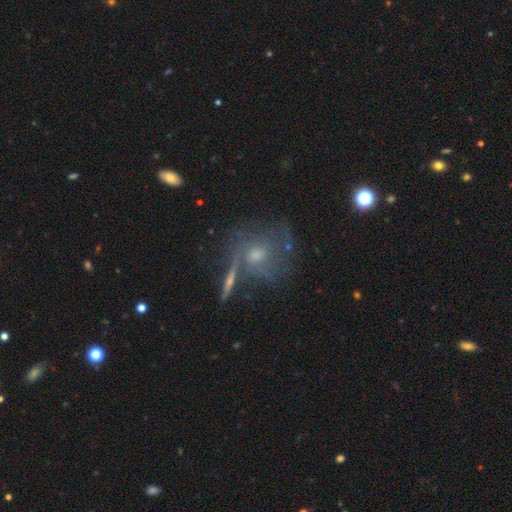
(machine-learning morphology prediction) This appears to be a featured or disk galaxy (61%) with no bar (72%), spiral arms (72%) and a moderate central bulge (49%). Merging: none (60%).